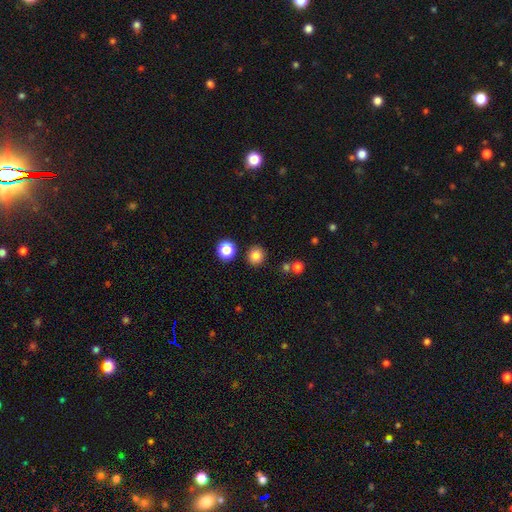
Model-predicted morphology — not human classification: This is clearly a smooth galaxy (83%). How rounded: clearly round (90%). Merging: clearly none (88%).